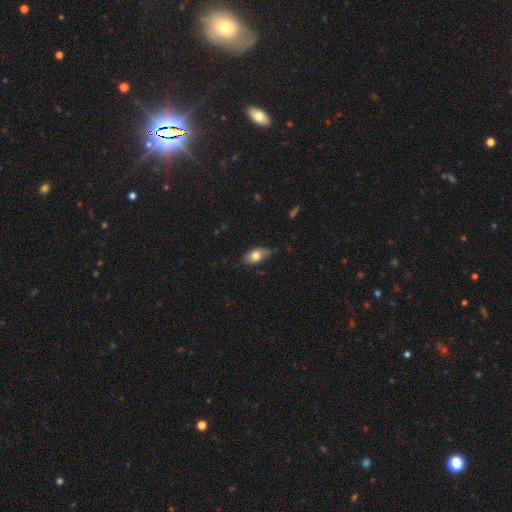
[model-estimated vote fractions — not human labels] Smooth or featured? Predicted: smooth (p=0.73). How rounded? Predicted: in between (p=0.88). Merging? Predicted: none (p=0.66).